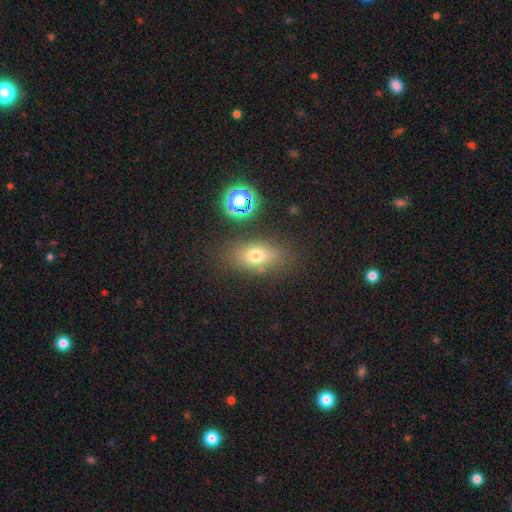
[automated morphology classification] smooth_or_featured: smooth (p=0.66) [alt: featured or disk p=0.18]
how_rounded: in between (p=0.74) [alt: round p=0.20]
merging: none (p=0.76) [alt: minor disturbance p=0.14]